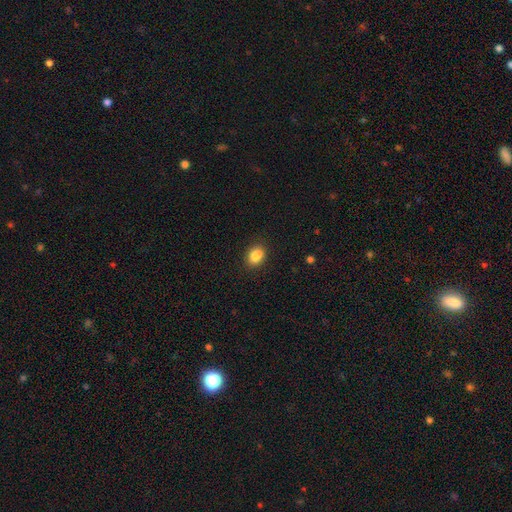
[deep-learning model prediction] The model was most divided on "how rounded": in between: 63%, round: 36%, cigar-shaped: 1%. More confident: smooth or featured — smooth (84%); merging — none (72%).